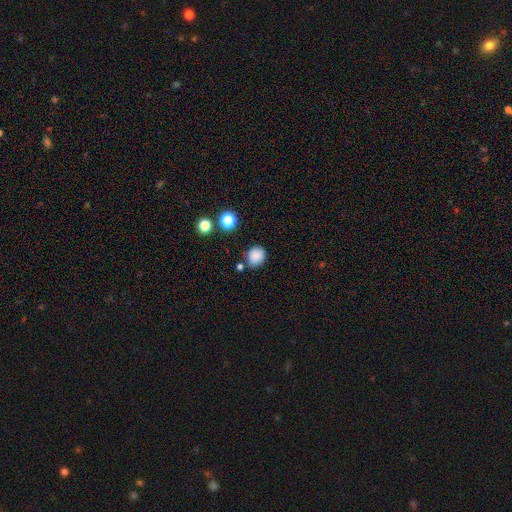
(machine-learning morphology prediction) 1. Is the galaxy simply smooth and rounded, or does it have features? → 85% smooth, 11% star or artifact, 4% featured or disk.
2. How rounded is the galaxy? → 75% round, 24% in between, 1% cigar-shaped.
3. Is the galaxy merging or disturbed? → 79% none, 13% minor disturbance, 5% merger, 3% major disturbance.